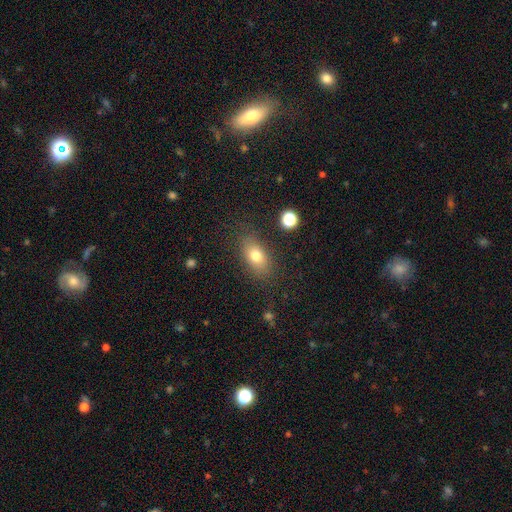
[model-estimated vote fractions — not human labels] Smooth or featured? Predicted: smooth (p=0.76). How rounded? Predicted: in between (p=0.83). Merging? Predicted: none (p=0.80).